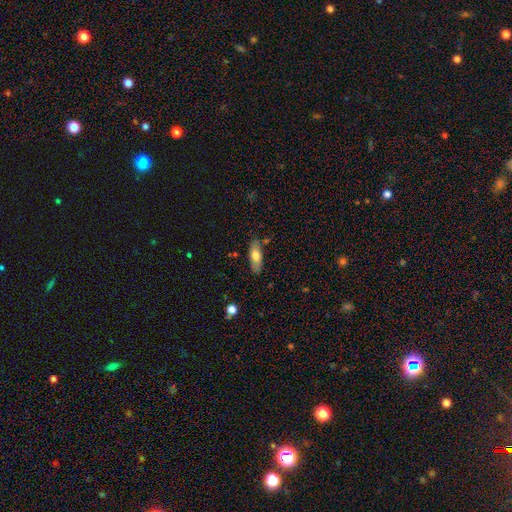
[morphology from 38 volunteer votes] smooth-or-featured: smooth: 66% | featured or disk: 29% | star or artifact: 5%
  how-rounded: in between: 64% | cigar-shaped: 32% | round: 4%
  merging: none: 81% | minor disturbance: 14% | major disturbance: 3% | merger: 3%